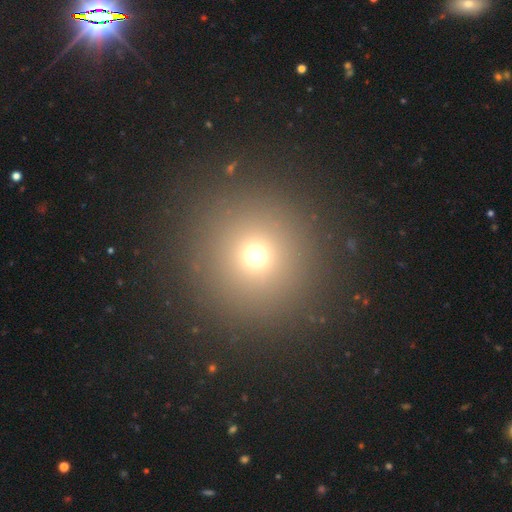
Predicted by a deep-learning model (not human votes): smooth_or_featured: smooth (p=0.68) [alt: star or artifact p=0.22]
how_rounded: round (p=0.95) [alt: in between p=0.04]
merging: none (p=0.90) [alt: minor disturbance p=0.05]